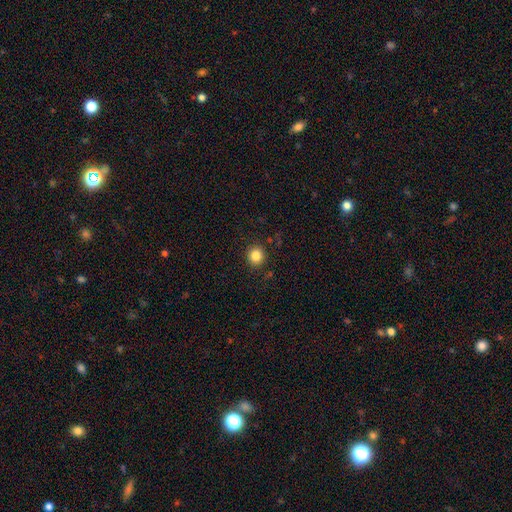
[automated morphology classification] type=smooth (85%); roundness=round (91%); merging=none (91%).